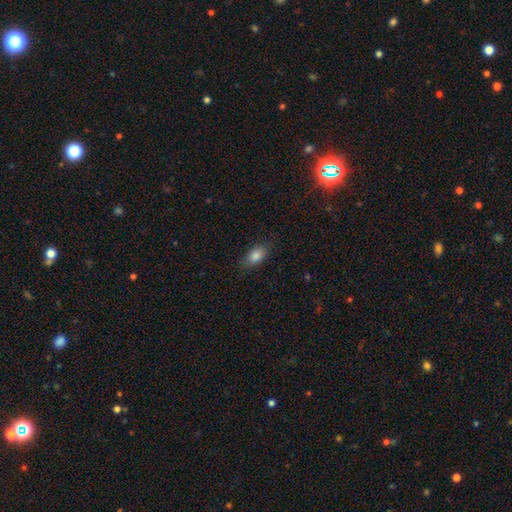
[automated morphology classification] type=smooth (85%); roundness=in between (88%); merging=none (82%).